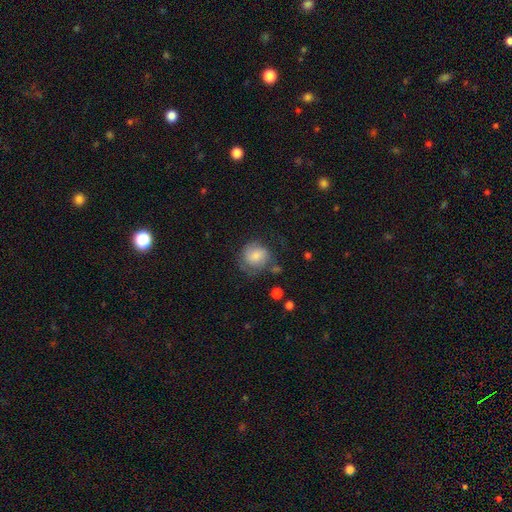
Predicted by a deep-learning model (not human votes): smooth-or-featured: smooth: 67% | featured or disk: 25% | star or artifact: 8%
  how-rounded: round: 80% | in between: 19% | cigar-shaped: 1%
  merging: none: 56% | minor disturbance: 26% | major disturbance: 14% | merger: 4%